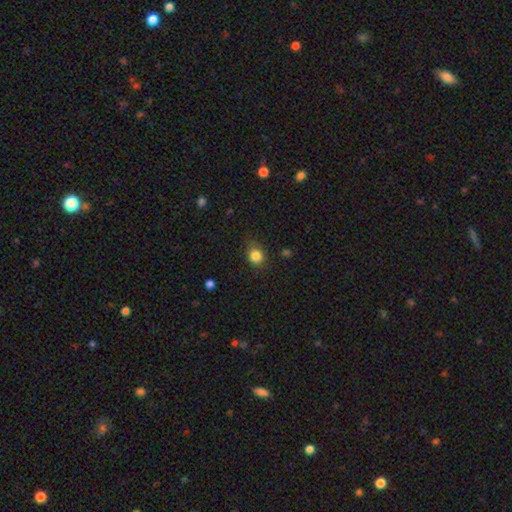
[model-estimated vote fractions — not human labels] Smooth or featured?
  - smooth: 84% *
  - star or artifact: 11%
  - featured or disk: 5%
How rounded?
  - round: 74% *
  - in between: 26%
  - cigar-shaped: 1%
Merging?
  - none: 81% *
  - minor disturbance: 14%
  - major disturbance: 3%
  - merger: 1%